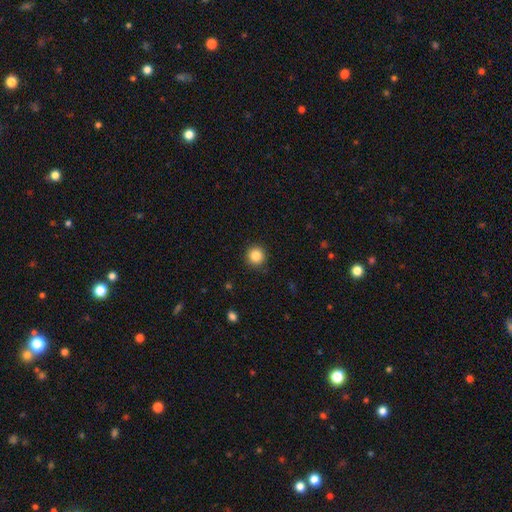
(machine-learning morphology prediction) This appears to be a smooth galaxy with no disk features (85%) that is round (95%). Merging: none (92%).